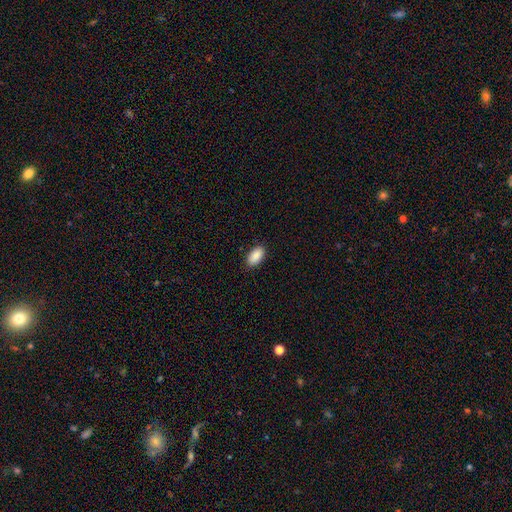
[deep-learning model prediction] Q: Smooth or featured?
A: smooth (89%); runner-up: star or artifact (7%)
Q: How rounded?
A: in between (94%); runner-up: round (3%)
Q: Merging?
A: none (88%); runner-up: minor disturbance (9%)